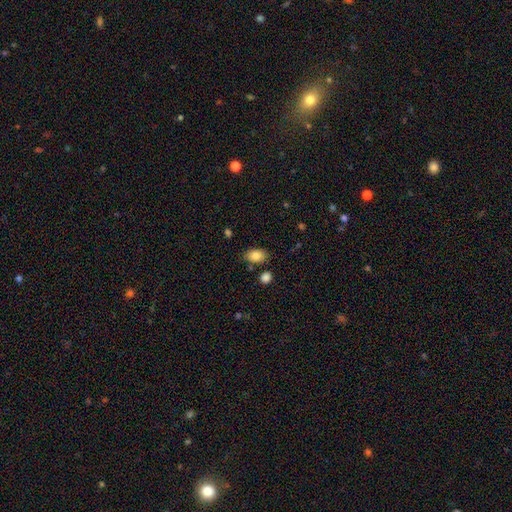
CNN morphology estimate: The model was most divided on "merging": none: 77%, minor disturbance: 14%, merger: 5%, major disturbance: 3%. More confident: smooth or featured — smooth (85%); how rounded — in between (84%).